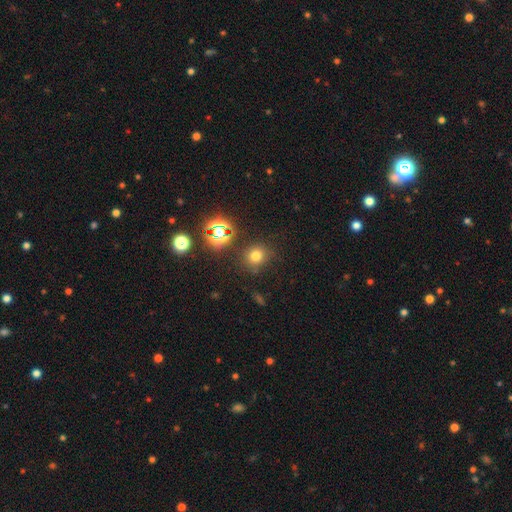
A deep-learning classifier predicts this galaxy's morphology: Smooth or featured? smooth (69%)
How rounded? round (83%)
Merging? none (81%)